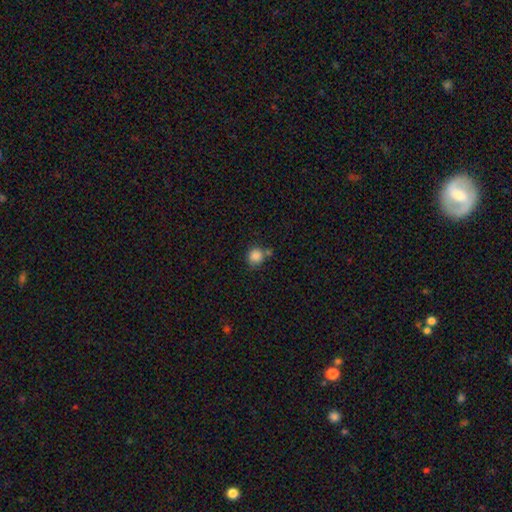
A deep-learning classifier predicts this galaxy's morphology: A smooth galaxy with no disk features (85%) that is round (88%). Merging: none (64%).